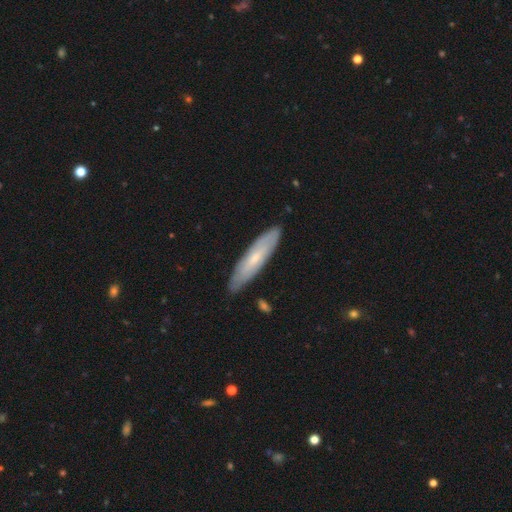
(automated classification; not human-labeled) Overall: featured or disk (48%; smooth 41%). Merging: none (87%).